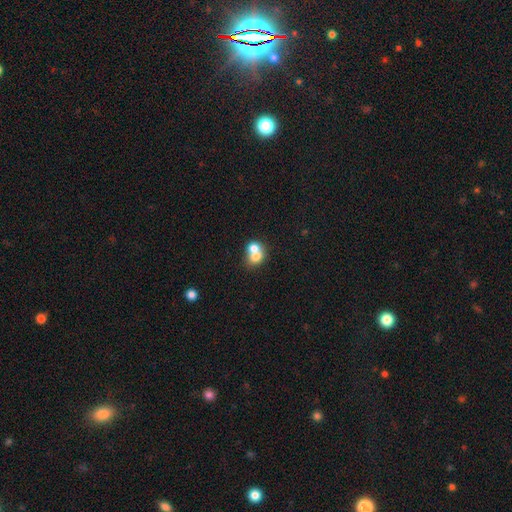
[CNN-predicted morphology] type=smooth (70%); roundness=round (65%); merging=merger (69%).